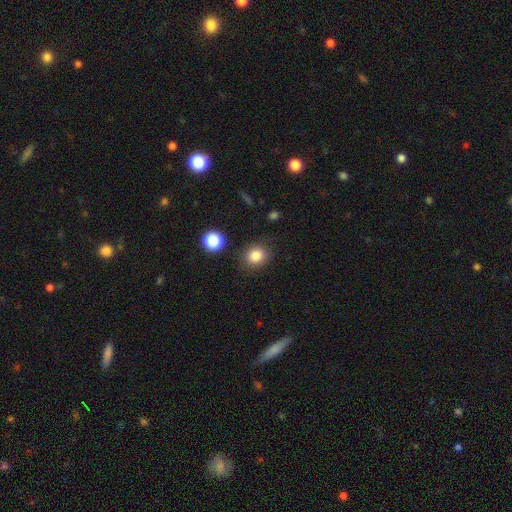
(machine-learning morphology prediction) smooth_or_featured: smooth (p=0.84) [alt: star or artifact p=0.11]
how_rounded: round (p=0.73) [alt: in between p=0.26]
merging: none (p=0.84) [alt: minor disturbance p=0.10]